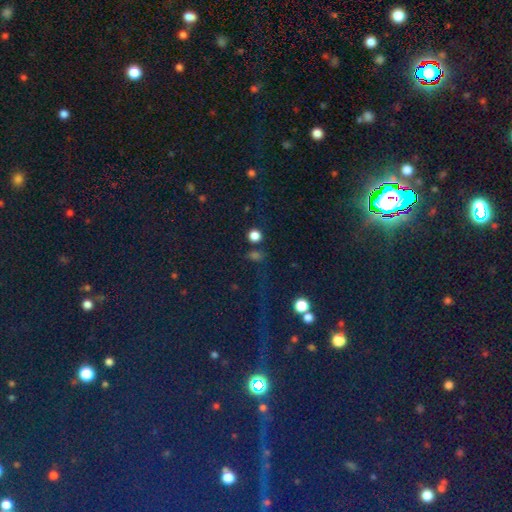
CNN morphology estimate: Smooth or featured?
  - star or artifact: 56% *
  - smooth: 35%
  - featured or disk: 9%